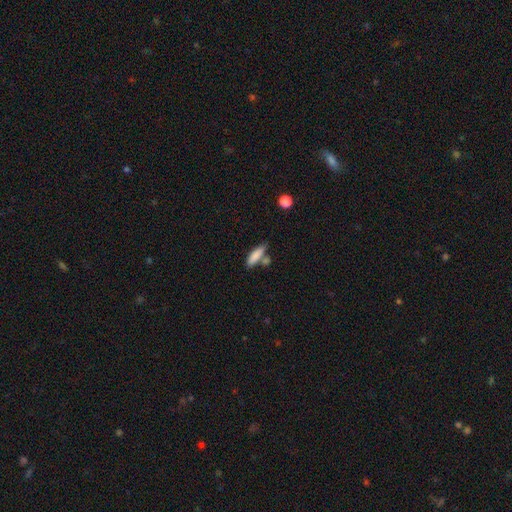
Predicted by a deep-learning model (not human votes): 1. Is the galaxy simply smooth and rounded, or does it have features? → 82% smooth, 12% featured or disk, 7% star or artifact.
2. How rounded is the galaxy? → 59% cigar-shaped, 38% in between, 2% round.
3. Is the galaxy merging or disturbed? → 57% none, 22% merger, 16% minor disturbance, 5% major disturbance.